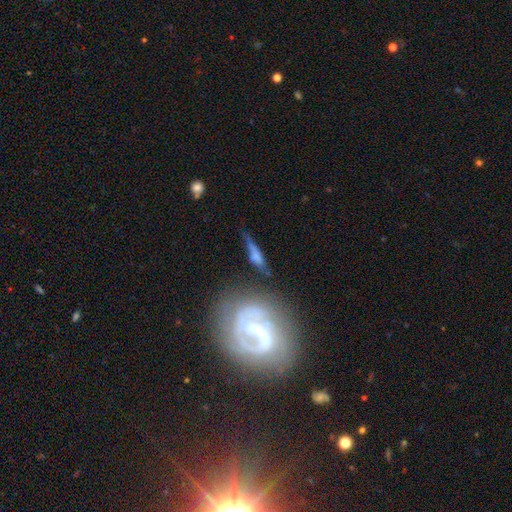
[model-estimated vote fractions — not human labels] smooth-or-featured: smooth: 46% | featured or disk: 43% | star or artifact: 11%
  merging: none: 48% | minor disturbance: 25% | major disturbance: 15% | merger: 12%